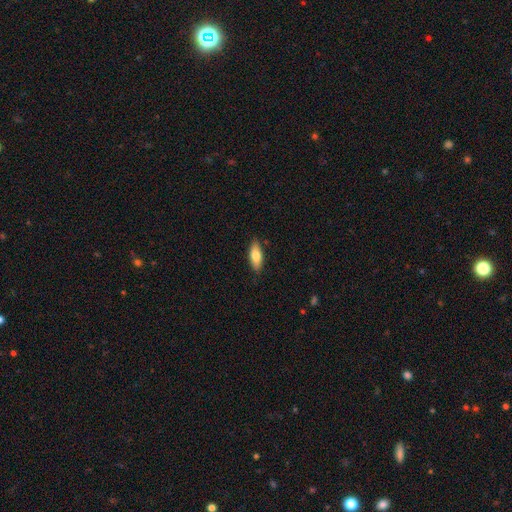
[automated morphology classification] A smooth galaxy with no disk features (77%) that is in between round and cigar-shaped (73%).

Vote fractions:
- Smooth or featured? smooth: 77% / featured or disk: 17% / star or artifact: 6%
- How rounded? in between: 73% / cigar-shaped: 25% / round: 2%
- Merging? none: 85% / minor disturbance: 11% / major disturbance: 2% / merger: 1%